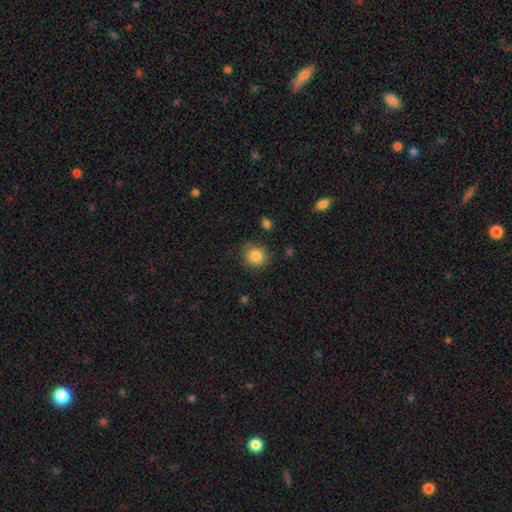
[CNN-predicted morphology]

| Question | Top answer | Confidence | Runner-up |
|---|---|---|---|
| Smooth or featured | smooth | 85% | star or artifact (9%) |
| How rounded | round | 86% | in between (13%) |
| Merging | none | 82% | minor disturbance (13%) |